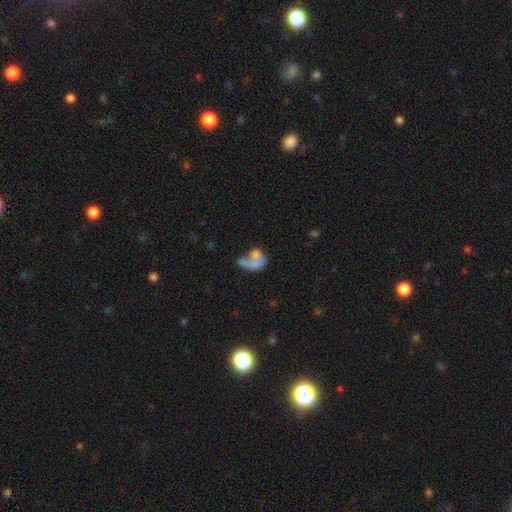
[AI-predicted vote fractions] Overall: smooth (38%; star or artifact 33%). Merging: none (36%; merger 31%).